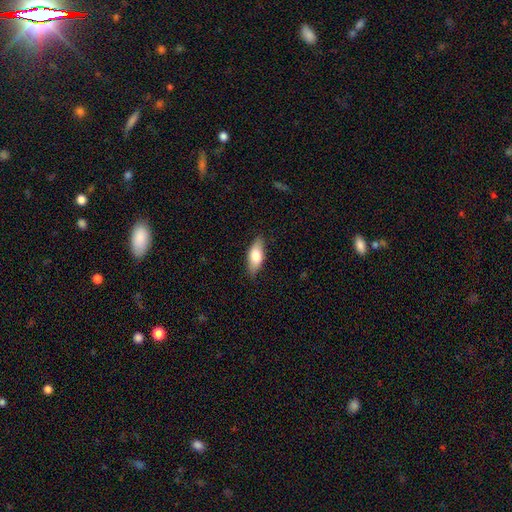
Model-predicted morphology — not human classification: smooth_or_featured: smooth (p=0.73) [alt: featured or disk p=0.21]
how_rounded: in between (p=0.78) [alt: cigar-shaped p=0.19]
merging: none (p=0.83) [alt: minor disturbance p=0.13]